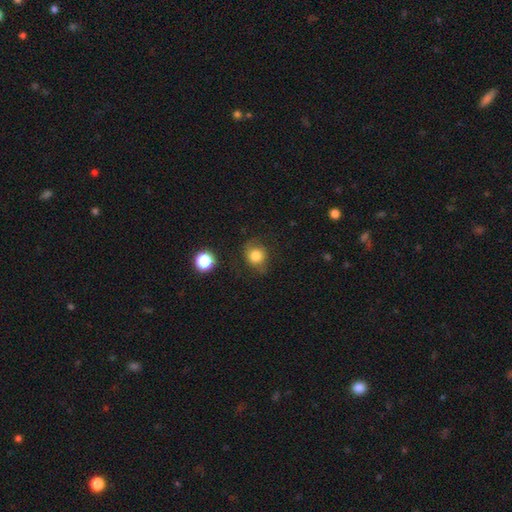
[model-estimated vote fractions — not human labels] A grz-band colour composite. It shows a smooth galaxy with no disk features (77%) that is round (78%). Merging: none (70%).